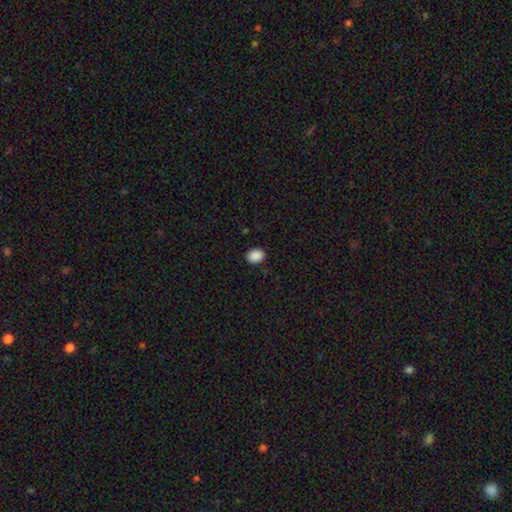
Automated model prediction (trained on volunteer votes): Q: Smooth or featured?
A: smooth (90%); runner-up: star or artifact (8%)
Q: How rounded?
A: in between (66%); runner-up: round (33%)
Q: Merging?
A: none (90%); runner-up: minor disturbance (7%)